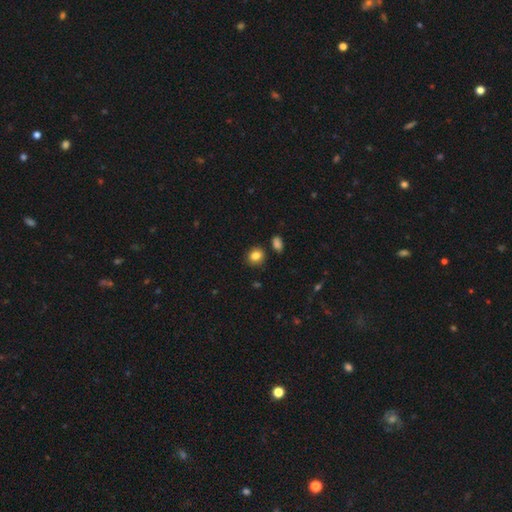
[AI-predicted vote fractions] Smooth or featured?
  - smooth: 84% *
  - star or artifact: 10%
  - featured or disk: 6%
How rounded?
  - round: 73% *
  - in between: 26%
  - cigar-shaped: 1%
Merging?
  - none: 85% *
  - minor disturbance: 9%
  - merger: 4%
  - major disturbance: 2%